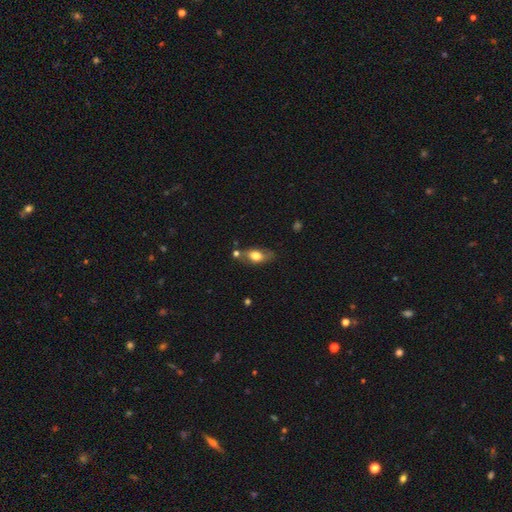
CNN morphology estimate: The model was most divided on "merging": none: 64%, minor disturbance: 20%, merger: 10%, major disturbance: 6%. More confident: how rounded — in between (83%); smooth or featured — smooth (69%).